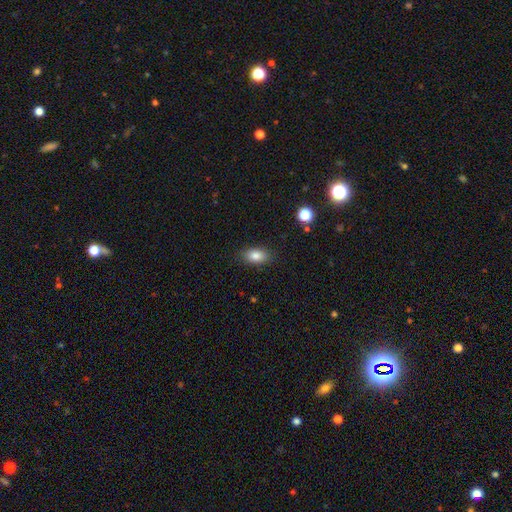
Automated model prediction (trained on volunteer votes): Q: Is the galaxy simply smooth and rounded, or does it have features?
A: smooth — 84%.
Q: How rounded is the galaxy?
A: in between — 88%.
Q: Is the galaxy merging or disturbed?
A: none — 87%.